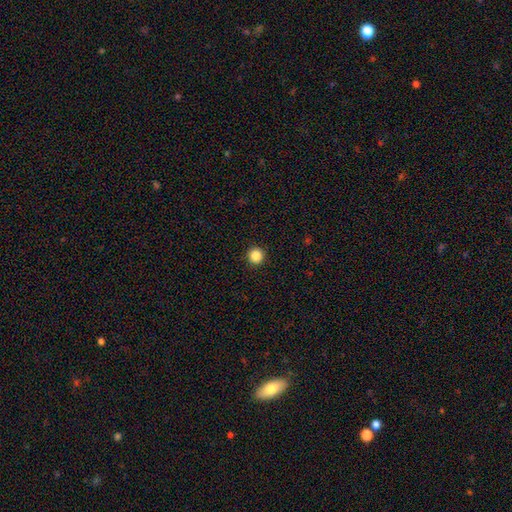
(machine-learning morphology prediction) Smooth or featured: smooth — 86% (star or artifact — 11%)
How rounded: round — 95% (in between — 4%)
Merging: none — 93% (minor disturbance — 4%)